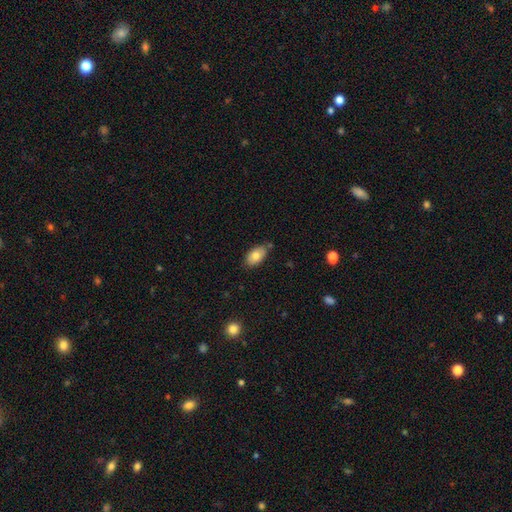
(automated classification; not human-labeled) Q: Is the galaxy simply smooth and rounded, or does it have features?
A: smooth — 78%.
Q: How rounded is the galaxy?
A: in between — 92%.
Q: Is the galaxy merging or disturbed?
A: none — 74%.